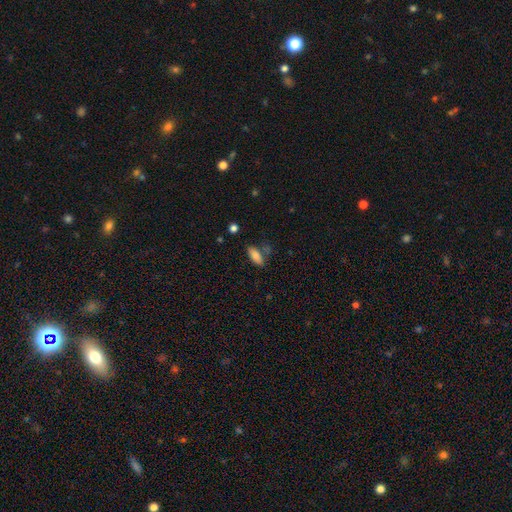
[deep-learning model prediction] Morphology: type=smooth (83%); roundness=in between (80%); merging=none (69%).